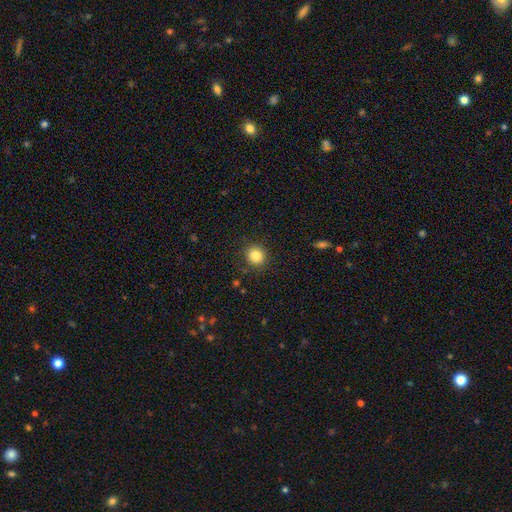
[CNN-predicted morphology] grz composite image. It shows a smooth galaxy with no disk features (84%) that is round (89%). Merging: none (89%).